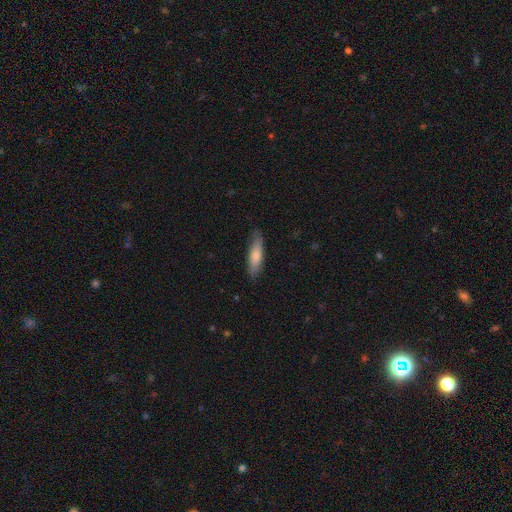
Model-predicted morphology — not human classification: smooth-or-featured: smooth: 74% | featured or disk: 21% | star or artifact: 6%
  how-rounded: cigar-shaped: 61% | in between: 38% | round: 2%
  merging: none: 80% | minor disturbance: 16% | major disturbance: 3% | merger: 1%